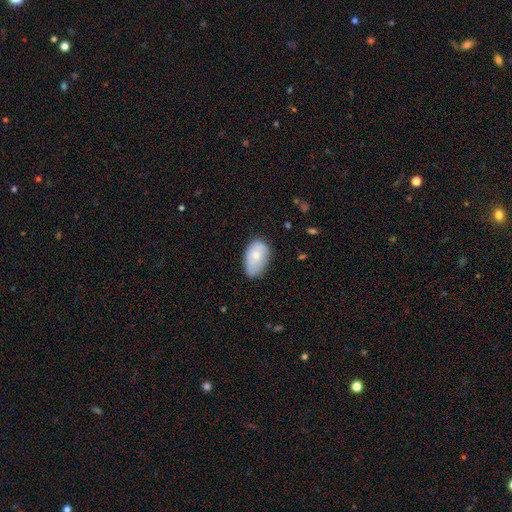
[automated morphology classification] This is likely a smooth galaxy (74%). How rounded: clearly in between (92%). Merging: likely none (61%).